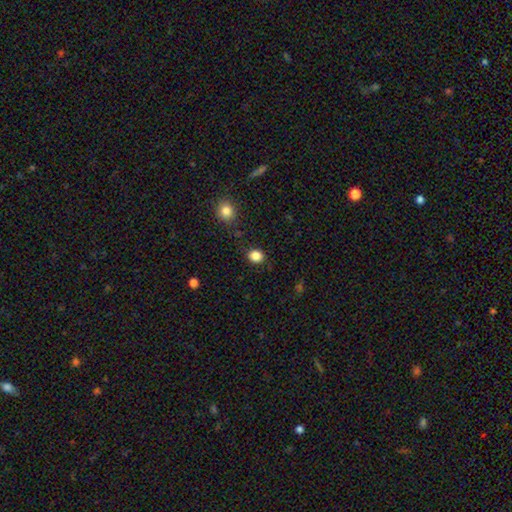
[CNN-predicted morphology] smooth_or_featured: smooth (p=0.86) [alt: star or artifact p=0.11]
how_rounded: round (p=0.71) [alt: in between p=0.28]
merging: none (p=0.87) [alt: minor disturbance p=0.08]